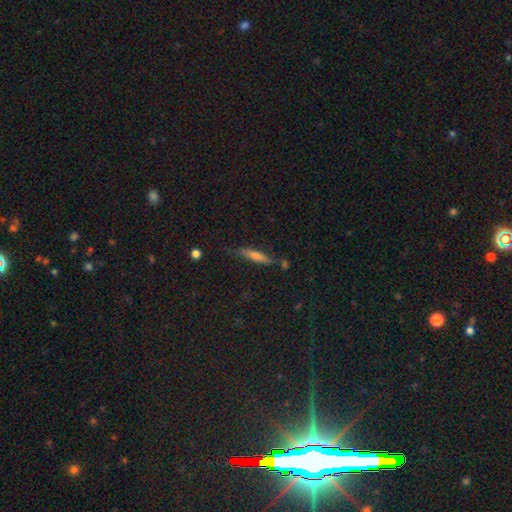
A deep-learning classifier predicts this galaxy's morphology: Smooth or featured? Predicted: smooth (p=0.51). How rounded? Predicted: cigar-shaped (p=0.86). Merging? Predicted: none (p=0.72).